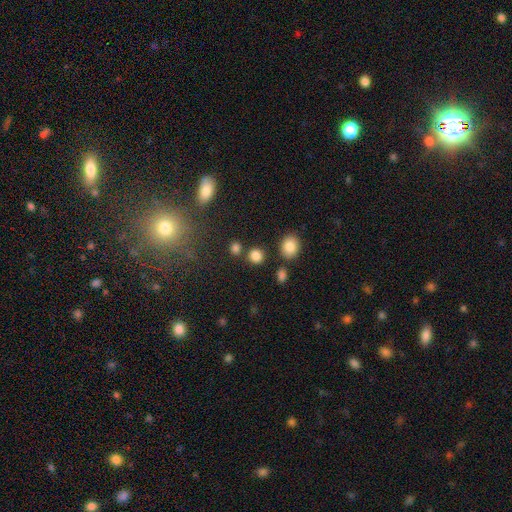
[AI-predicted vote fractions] Overall: smooth (84%). How rounded: round (85%). Merging: none (80%).